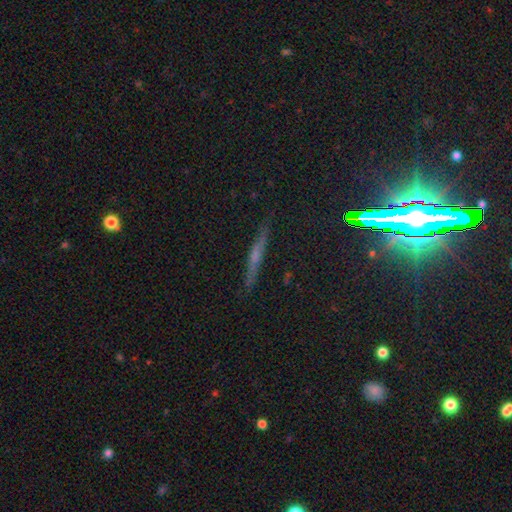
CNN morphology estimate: type=featured or disk (53%); edge-on=yes (95%); edge-on bulge=rounded (54%); merging=none (87%).